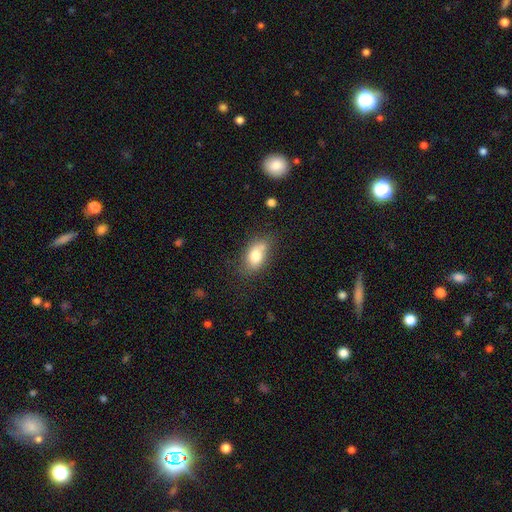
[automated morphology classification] Smooth or featured: smooth — 77% (featured or disk — 14%)
How rounded: in between — 84% (round — 12%)
Merging: none — 52% (minor disturbance — 25%)